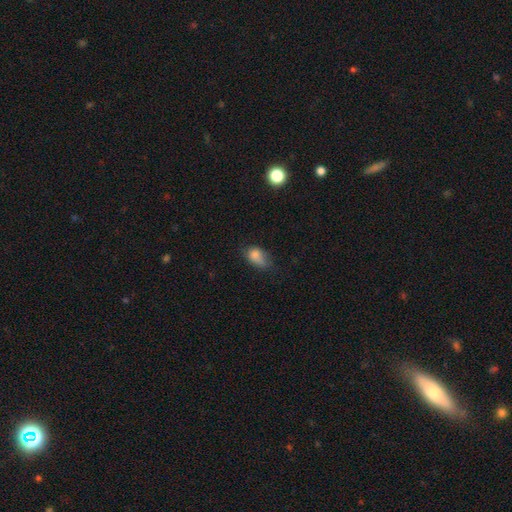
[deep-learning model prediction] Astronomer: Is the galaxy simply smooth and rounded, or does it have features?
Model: smooth — 79%.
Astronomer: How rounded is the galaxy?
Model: in between — 82%.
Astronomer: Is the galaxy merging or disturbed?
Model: none — 40% (runner-up: minor disturbance, 39%).